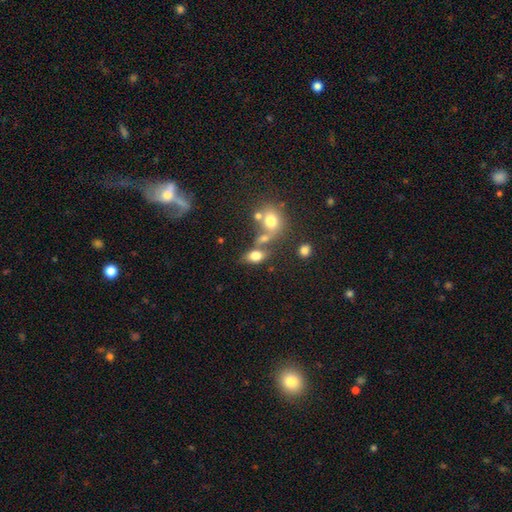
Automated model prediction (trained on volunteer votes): A smooth galaxy with no disk features (73%) that is in between round and cigar-shaped (73%).

Vote fractions:
- Smooth or featured? smooth: 73% / featured or disk: 13% / star or artifact: 13%
- How rounded? in between: 73% / round: 23% / cigar-shaped: 4%
- Merging? none: 44% / merger: 35% / minor disturbance: 13% / major disturbance: 8%